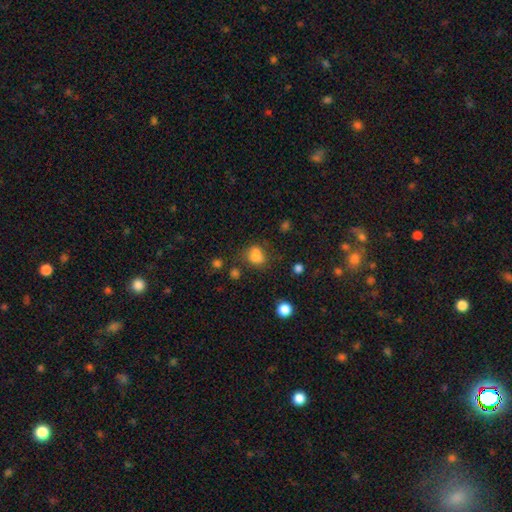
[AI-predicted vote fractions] smooth-or-featured: smooth: 74% | star or artifact: 16% | featured or disk: 10%
  how-rounded: in between: 54% | round: 45% | cigar-shaped: 1%
  merging: none: 45% | minor disturbance: 22% | merger: 21% | major disturbance: 13%